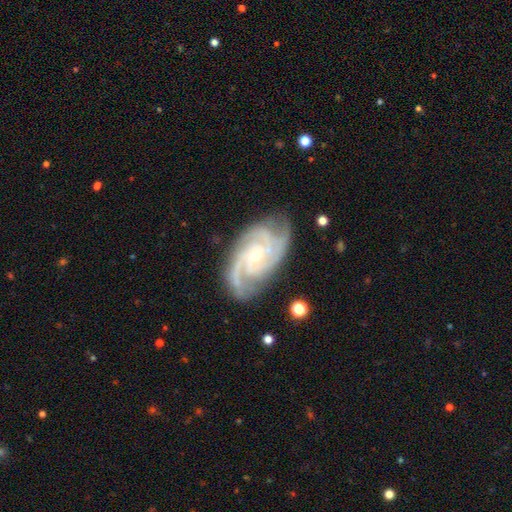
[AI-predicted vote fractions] Smooth or featured? featured or disk (91%)
Edge-on disk? no (97%)
Bar? no (59%)
Spiral arms? yes (98%)
Spiral winding? tight (55%)
Spiral arm count? 3 (43%)
Bulge size? small (68%)
Merging? none (76%)